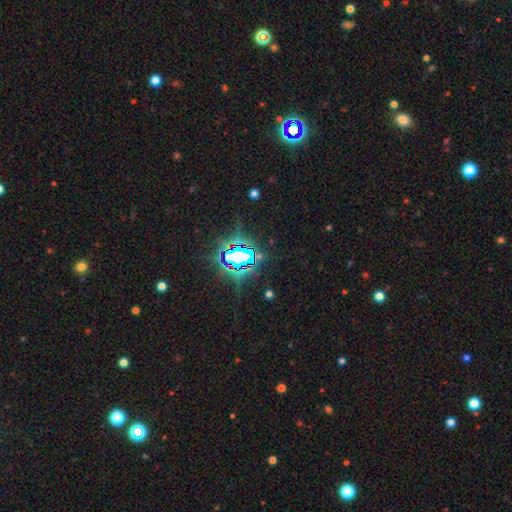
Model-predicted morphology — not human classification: type=star or artifact (79%).